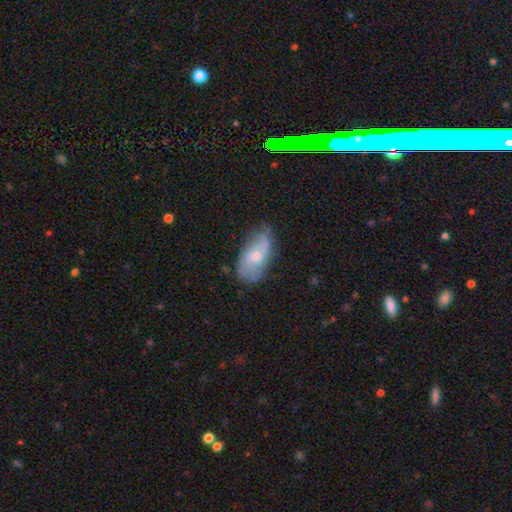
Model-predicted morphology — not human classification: This is possibly a featured or disk galaxy (47%). Merging: likely none (61%).